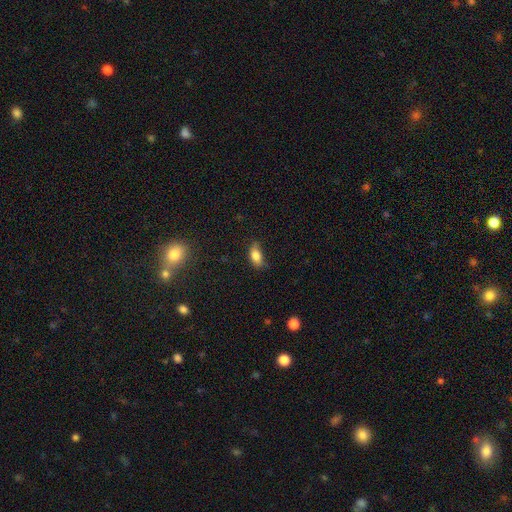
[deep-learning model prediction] Morphology: type=smooth (82%); roundness=in between (87%); merging=none (56%).